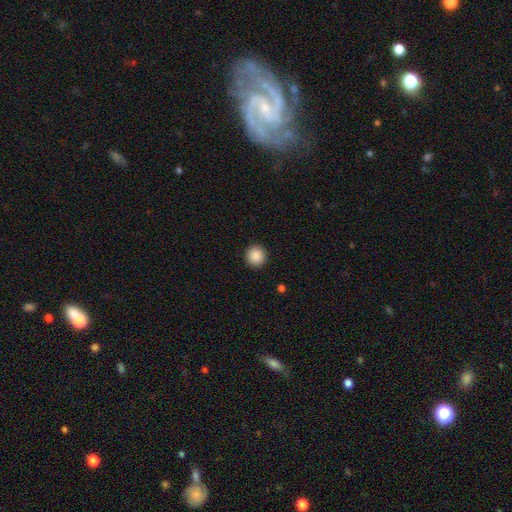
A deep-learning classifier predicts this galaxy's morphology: type=smooth (89%); roundness=round (93%); merging=none (92%).